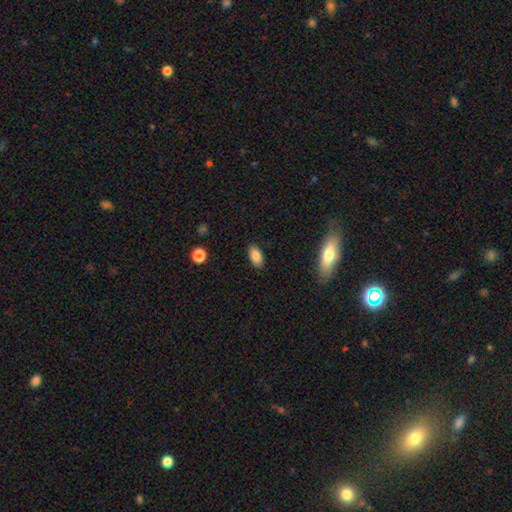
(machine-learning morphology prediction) Smooth or featured? Predicted: smooth (p=0.86). How rounded? Predicted: in between (p=0.92). Merging? Predicted: none (p=0.86).